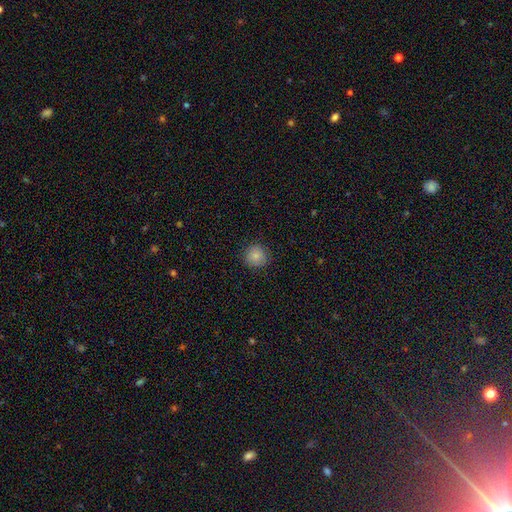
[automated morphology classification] Smooth or featured?
  - smooth: 85% *
  - star or artifact: 9%
  - featured or disk: 6%
How rounded?
  - round: 92% *
  - in between: 7%
  - cigar-shaped: 1%
Merging?
  - none: 87% *
  - minor disturbance: 10%
  - major disturbance: 2%
  - merger: 1%